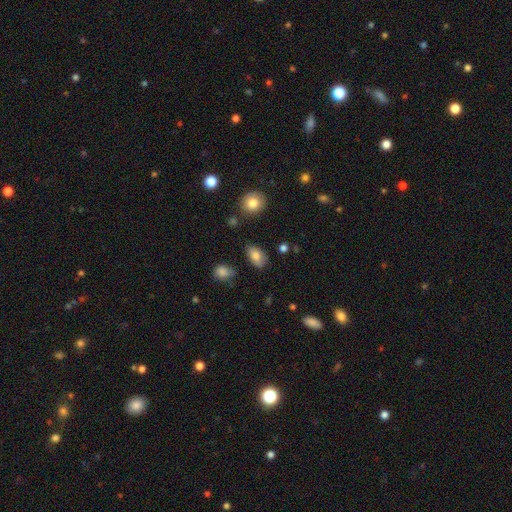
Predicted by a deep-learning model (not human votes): Smooth or featured? Predicted: smooth (p=0.80). How rounded? Predicted: in between (p=0.91). Merging? Predicted: none (p=0.78).